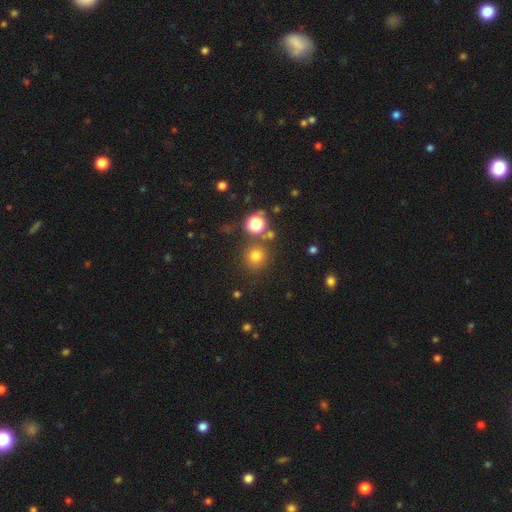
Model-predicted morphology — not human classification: A smooth galaxy with no disk features (74%) that is round (92%).

Vote fractions:
- Smooth or featured? smooth: 74% / star or artifact: 19% / featured or disk: 7%
- How rounded? round: 92% / in between: 7% / cigar-shaped: 1%
- Merging? none: 79% / merger: 10% / minor disturbance: 8% / major disturbance: 4%